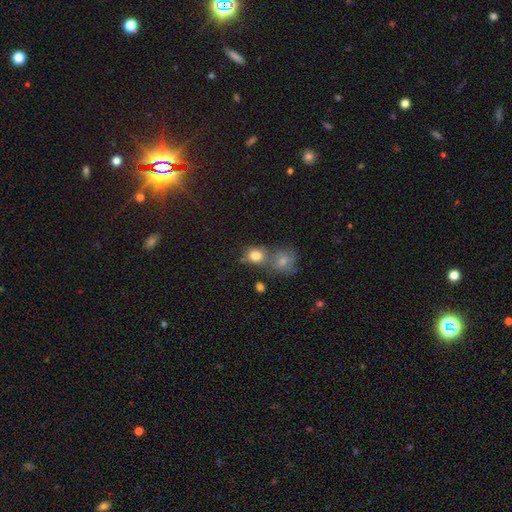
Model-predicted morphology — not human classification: smooth-or-featured: smooth: 80% | star or artifact: 10% | featured or disk: 10%
  how-rounded: round: 65% | in between: 33% | cigar-shaped: 1%
  merging: none: 42% | merger: 41% | minor disturbance: 12% | major disturbance: 5%